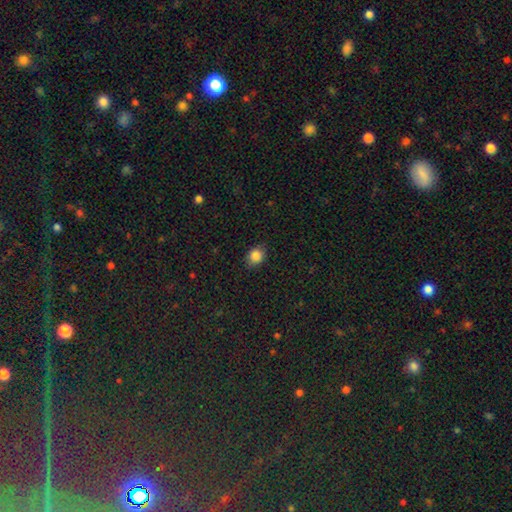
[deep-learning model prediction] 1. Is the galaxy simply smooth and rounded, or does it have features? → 86% smooth, 10% star or artifact, 4% featured or disk.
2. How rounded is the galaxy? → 52% round, 47% in between, 1% cigar-shaped.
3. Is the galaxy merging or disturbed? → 85% none, 12% minor disturbance, 3% major disturbance, 1% merger.